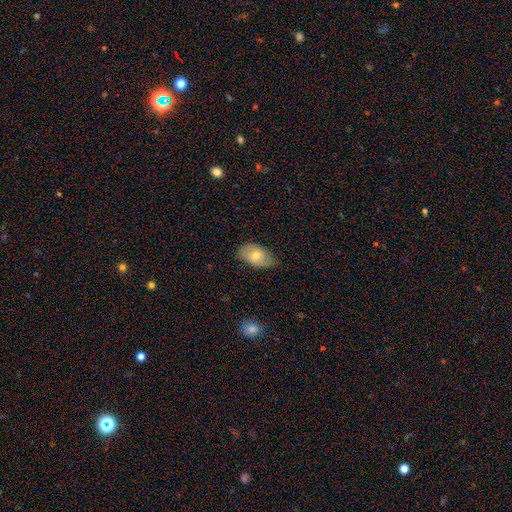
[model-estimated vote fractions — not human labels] The model was most divided on "smooth or featured": smooth: 66%, featured or disk: 27%, star or artifact: 7%. More confident: how rounded — in between (91%); merging — none (68%).